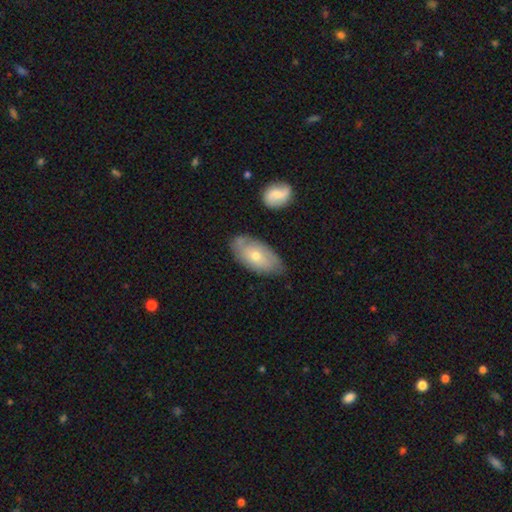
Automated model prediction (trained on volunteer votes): smooth-or-featured: smooth: 54% | featured or disk: 41% | star or artifact: 6%
  how-rounded: in between: 92% | cigar-shaped: 5% | round: 4%
  merging: none: 66% | minor disturbance: 25% | major disturbance: 5% | merger: 4%